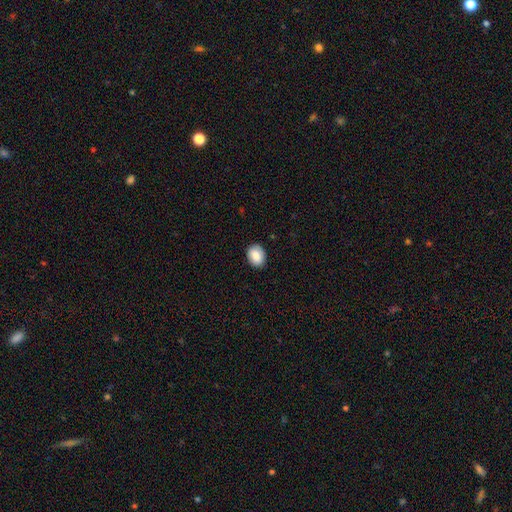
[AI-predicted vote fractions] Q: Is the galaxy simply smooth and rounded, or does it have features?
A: smooth — 85%.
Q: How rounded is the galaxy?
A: in between — 60%.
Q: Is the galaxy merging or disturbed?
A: none — 88%.